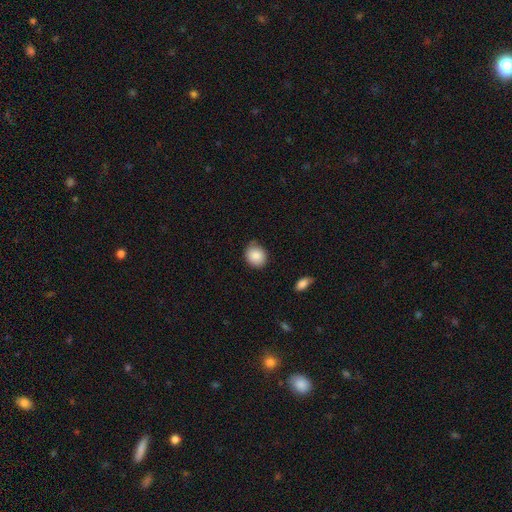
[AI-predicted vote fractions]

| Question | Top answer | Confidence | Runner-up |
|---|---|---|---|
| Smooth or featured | smooth | 87% | star or artifact (8%) |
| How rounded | round | 69% | in between (30%) |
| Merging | none | 72% | minor disturbance (22%) |